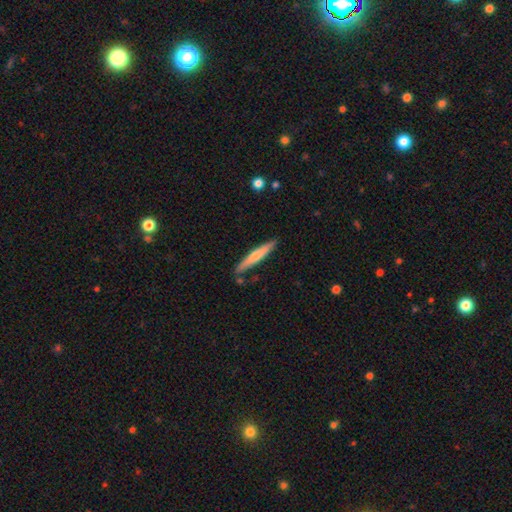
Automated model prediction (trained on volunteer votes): Smooth or featured? Predicted: smooth (p=0.58). How rounded? Predicted: cigar-shaped (p=0.93). Merging? Predicted: none (p=0.84).